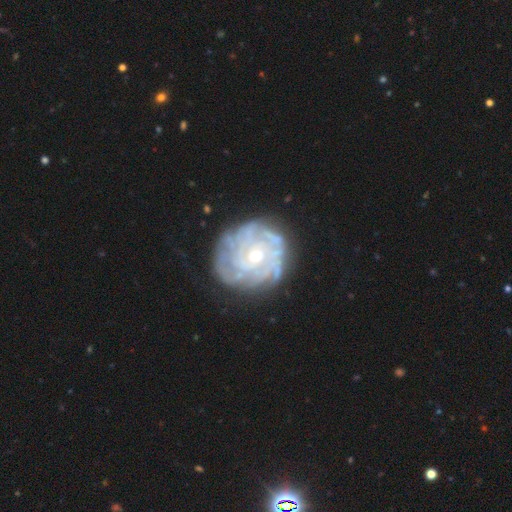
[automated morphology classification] The model was most divided on "spiral arm count": can't tell: 50%, more than 4: 17%, 4: 12%, 3: 8%, 2: 7%, 1: 6%. More confident: edge-on disk — no (97%); spiral arms — yes (84%); smooth or featured — featured or disk (80%); bar — no (80%); merging — none (74%); spiral winding — tight (72%); bulge size — small (65%).